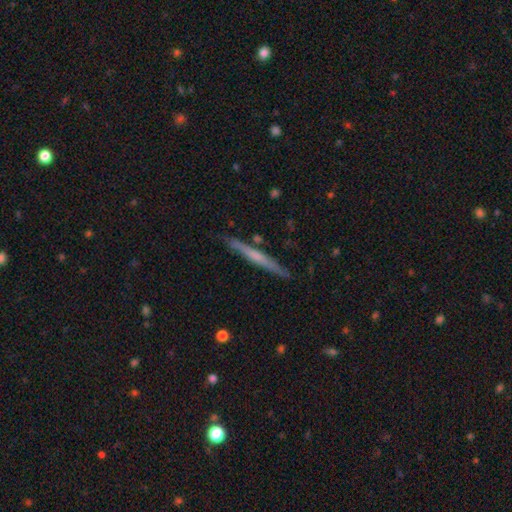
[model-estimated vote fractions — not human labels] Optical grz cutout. It shows a featured or disk galaxy (55%) viewed edge-on (97%) with no central bulge (68%). Merging: none (87%).